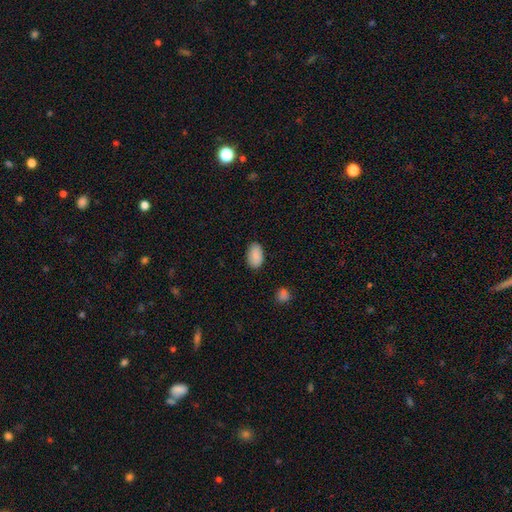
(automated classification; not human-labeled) Smooth or featured? smooth (89%)
How rounded? in between (93%)
Merging? none (85%)